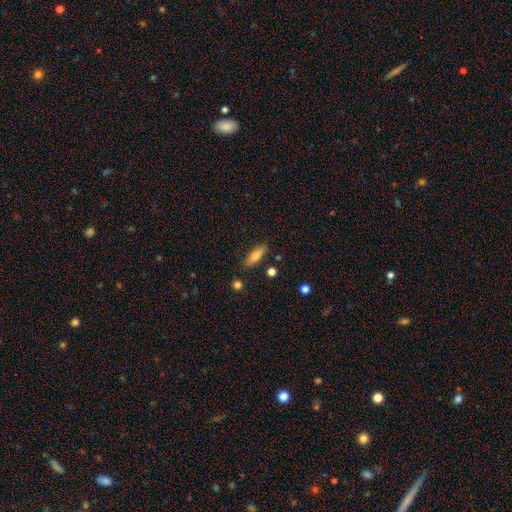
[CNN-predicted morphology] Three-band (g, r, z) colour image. It shows a smooth galaxy with no disk features (76%) that is in between round and cigar-shaped (55%). Merging: none (83%).